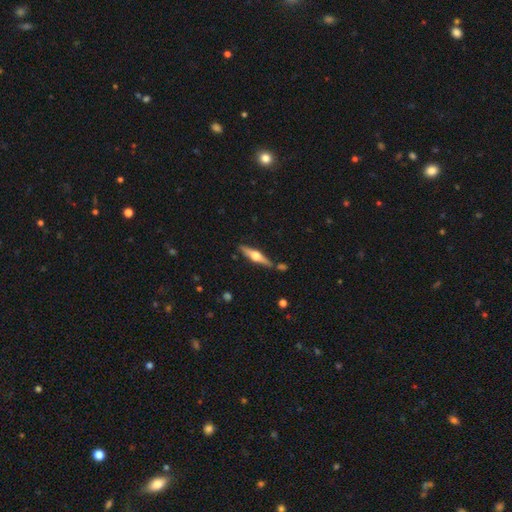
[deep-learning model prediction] A featured or disk galaxy (71%) viewed edge-on (97%) with a rounded central bulge (94%). Merging: none (81%).